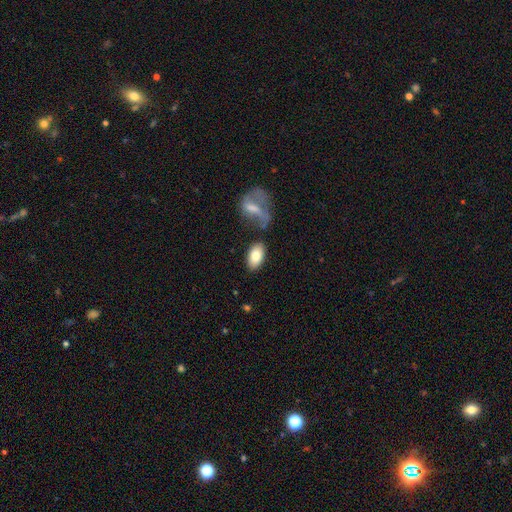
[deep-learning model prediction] A smooth galaxy with no disk features (81%) that is in between round and cigar-shaped (94%). Merging: none (73%).